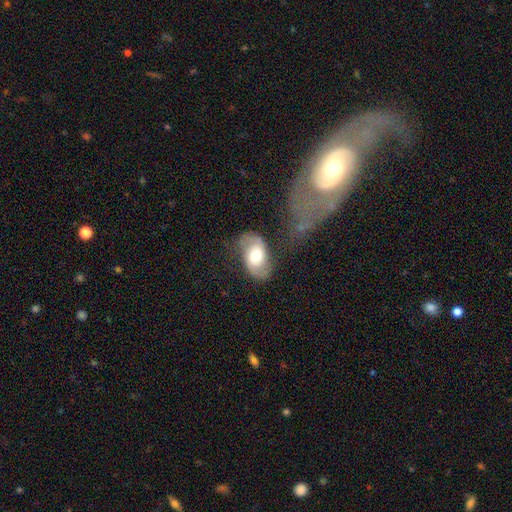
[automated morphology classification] Q: Smooth or featured?
A: featured or disk (57%); runner-up: smooth (37%)
Q: Edge-on disk?
A: no (95%); runner-up: yes (5%)
Q: Bar?
A: no (53%); runner-up: weak (36%)
Q: Spiral arms?
A: yes (81%); runner-up: no (19%)
Q: Bulge size?
A: moderate (68%); runner-up: large (20%)
Q: Merging?
A: none (60%); runner-up: minor disturbance (23%)